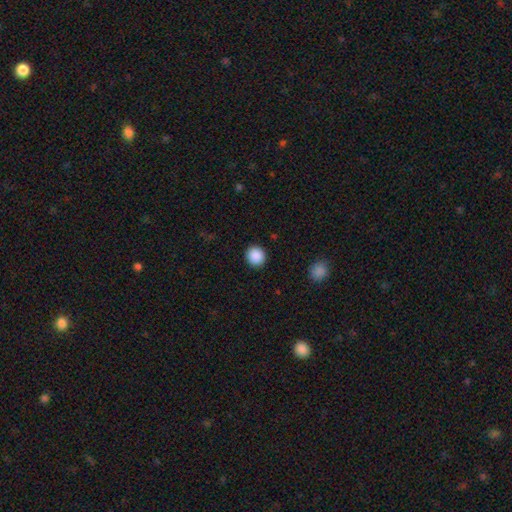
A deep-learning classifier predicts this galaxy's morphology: Q: Smooth or featured?
A: smooth (89%); runner-up: star or artifact (8%)
Q: How rounded?
A: round (90%); runner-up: in between (9%)
Q: Merging?
A: none (92%); runner-up: minor disturbance (5%)